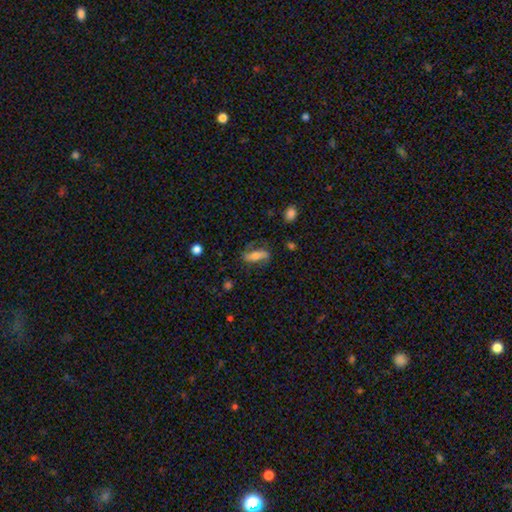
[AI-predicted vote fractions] Overall: featured or disk (48%; smooth 43%). Merging: none (70%).